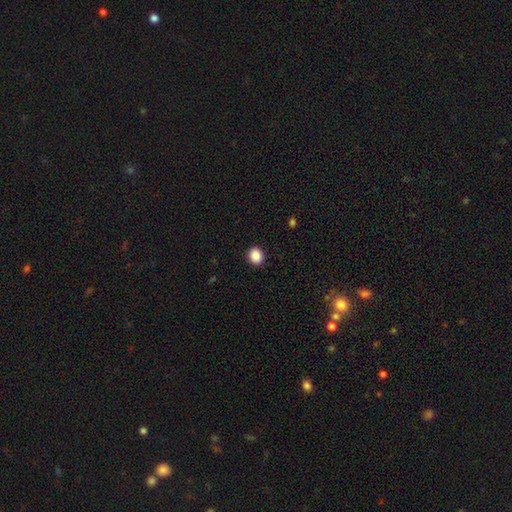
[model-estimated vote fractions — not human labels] Smooth or featured: smooth — 89% (star or artifact — 9%)
How rounded: round — 65% (in between — 34%)
Merging: none — 91% (minor disturbance — 6%)